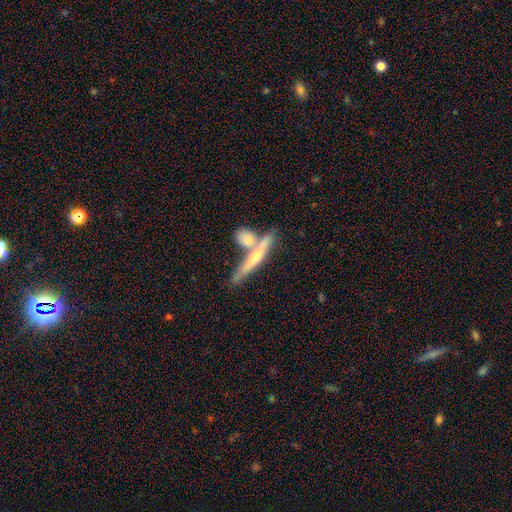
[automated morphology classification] smooth_or_featured: featured or disk (p=0.54) [alt: smooth p=0.40]
disk_edge_on: yes (p=0.91) [alt: no p=0.09]
merging: none (p=0.53) [alt: merger p=0.32]